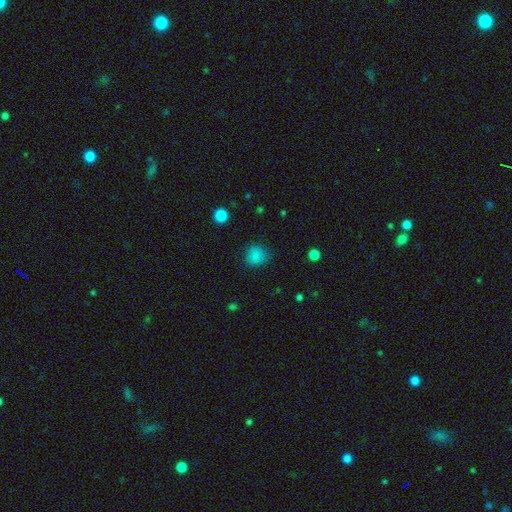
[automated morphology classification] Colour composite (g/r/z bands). It shows a smooth galaxy with no disk features (82%) that is round (80%). Merging: none (76%).